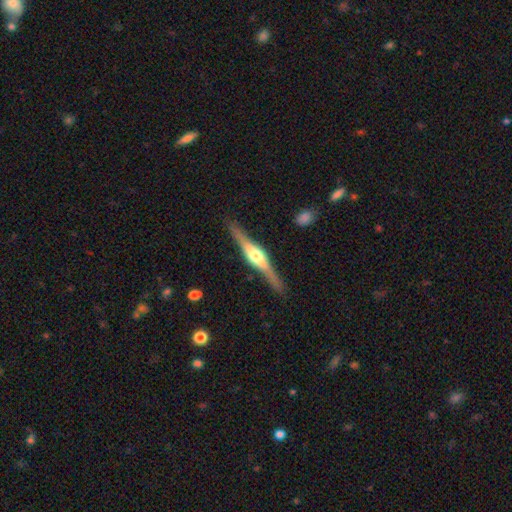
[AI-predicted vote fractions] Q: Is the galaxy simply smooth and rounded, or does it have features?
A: featured or disk — 82%.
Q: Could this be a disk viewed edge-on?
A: yes — 98%.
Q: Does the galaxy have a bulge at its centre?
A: rounded — 89%.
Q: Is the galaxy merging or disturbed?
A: none — 88%.